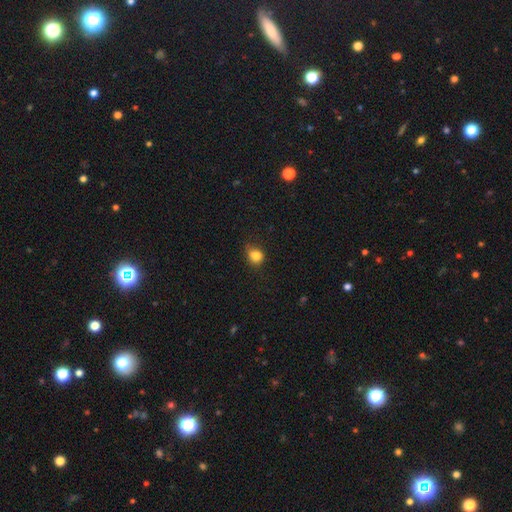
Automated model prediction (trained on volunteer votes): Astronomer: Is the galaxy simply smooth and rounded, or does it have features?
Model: smooth — 83%.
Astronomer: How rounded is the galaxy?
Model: round — 65%.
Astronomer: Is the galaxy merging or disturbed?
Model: none — 65%.